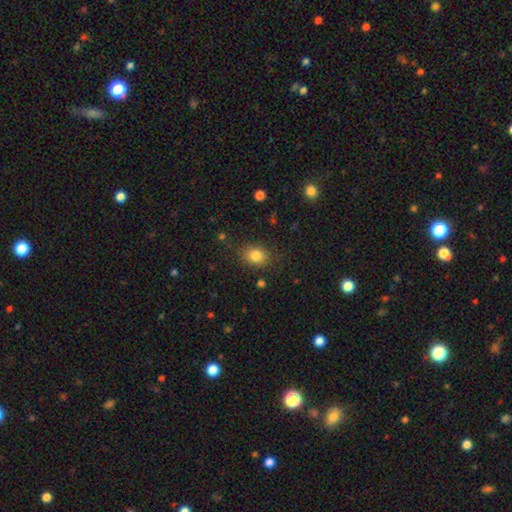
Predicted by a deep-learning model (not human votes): Smooth or featured? Predicted: smooth (p=0.82). How rounded? Predicted: in between (p=0.55). Merging? Predicted: none (p=0.81).